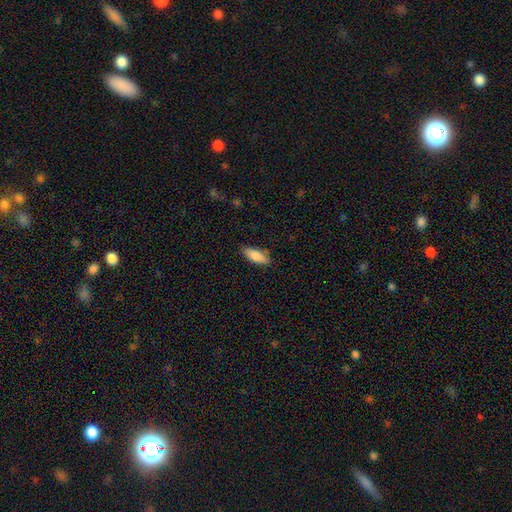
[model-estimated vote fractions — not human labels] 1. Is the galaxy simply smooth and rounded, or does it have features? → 83% smooth, 11% featured or disk, 6% star or artifact.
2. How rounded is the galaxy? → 69% in between, 29% cigar-shaped, 2% round.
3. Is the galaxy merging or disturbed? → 83% none, 13% minor disturbance, 2% major disturbance, 1% merger.